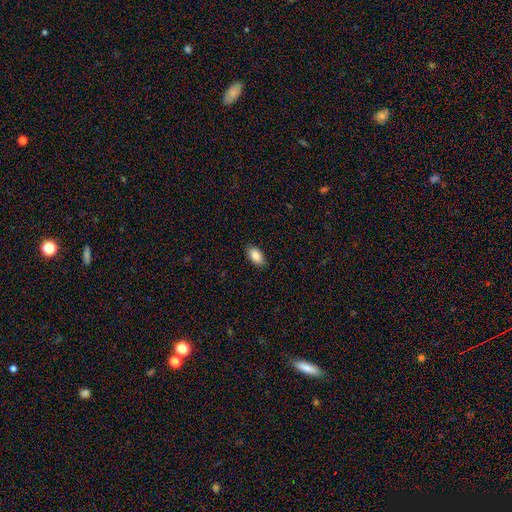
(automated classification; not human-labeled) Morphology: type=smooth (88%); roundness=in between (94%); merging=none (89%).